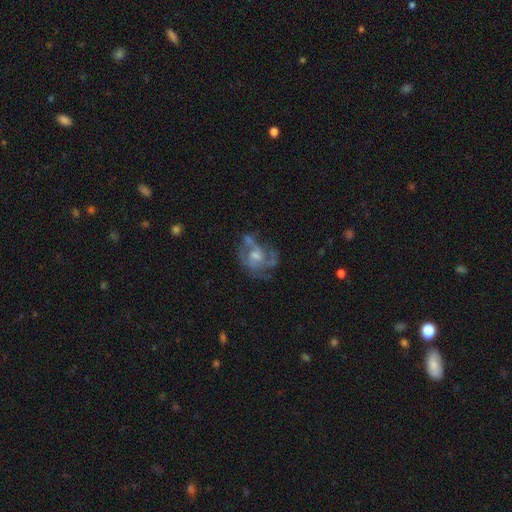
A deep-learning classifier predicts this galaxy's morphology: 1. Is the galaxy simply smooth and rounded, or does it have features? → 72% featured or disk, 18% smooth, 11% star or artifact.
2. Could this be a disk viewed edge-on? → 97% no, 3% yes.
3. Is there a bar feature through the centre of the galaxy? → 74% no, 22% weak, 4% strong.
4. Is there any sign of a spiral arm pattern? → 68% yes, 32% no.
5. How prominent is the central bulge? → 55% moderate, 32% small, 6% large, 6% none, 1% dominant.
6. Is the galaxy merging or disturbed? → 46% none, 24% major disturbance, 20% minor disturbance, 10% merger.